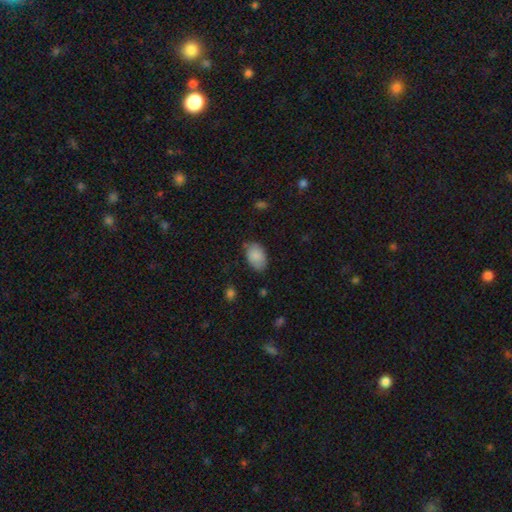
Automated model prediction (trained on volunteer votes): The model was most divided on "merging": none: 71%, minor disturbance: 23%, major disturbance: 5%, merger: 2%. More confident: how rounded — in between (90%); smooth or featured — smooth (87%).